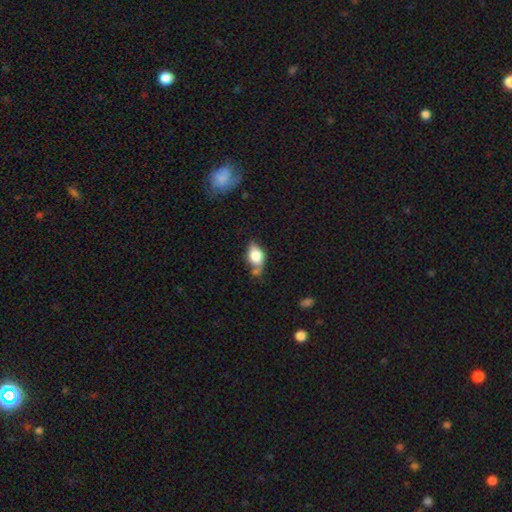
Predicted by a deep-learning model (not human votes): This appears to be a smooth galaxy with no disk features (63%) that is in between round and cigar-shaped (79%). Merging: none (52%).